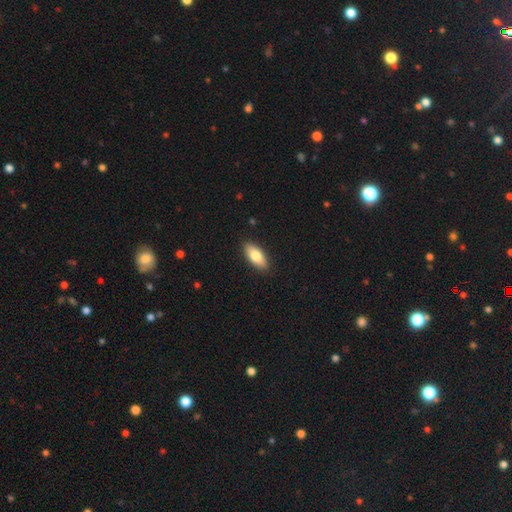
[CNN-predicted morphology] Overall: smooth (77%). How rounded: in between (83%). Merging: none (90%).